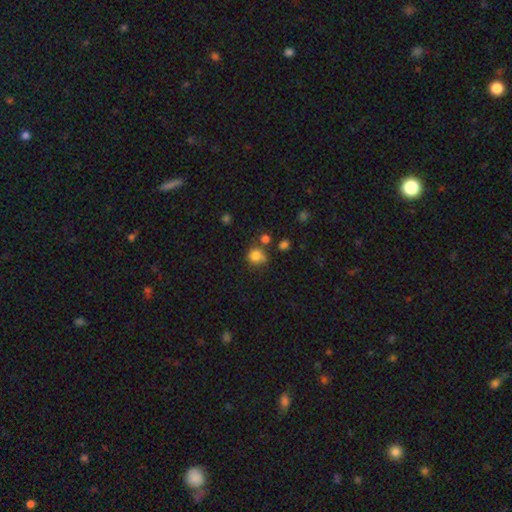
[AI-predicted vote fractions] A smooth galaxy with no disk features (81%) that is round (85%). Merging: none (60%).